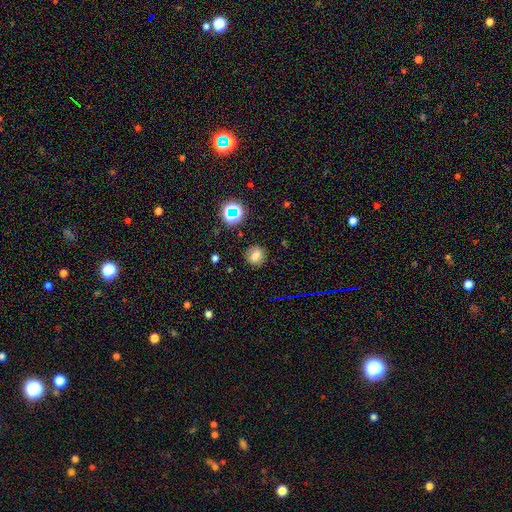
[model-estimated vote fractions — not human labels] The model was most divided on "how rounded": round: 73%, in between: 26%, cigar-shaped: 1%. More confident: merging — none (84%); smooth or featured — smooth (70%).